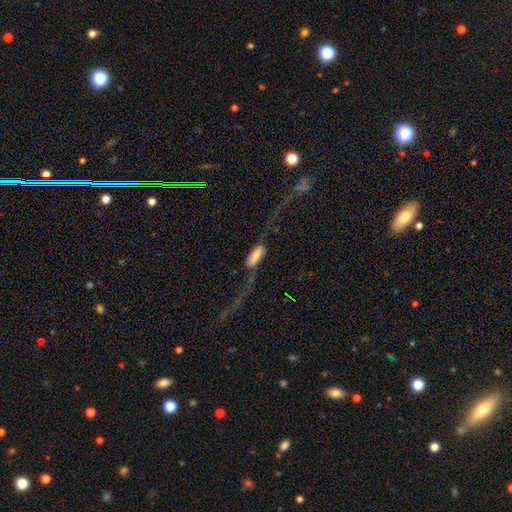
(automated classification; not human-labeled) Smooth or featured? smooth (53%)
How rounded? in between (70%)
Merging? major disturbance (47%)